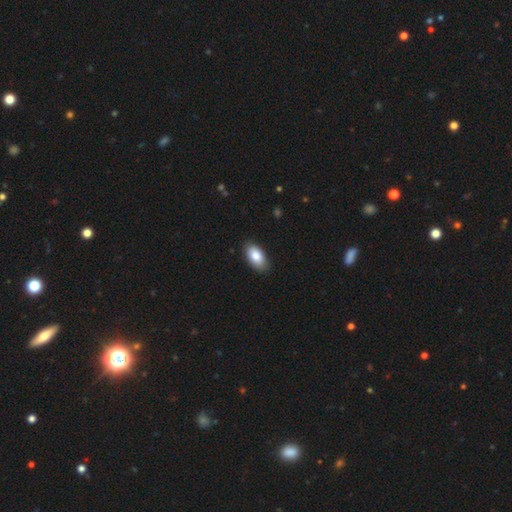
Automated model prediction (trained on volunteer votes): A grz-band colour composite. It shows a smooth galaxy with no disk features (84%) that is in between round and cigar-shaped (94%). Merging: none (85%).